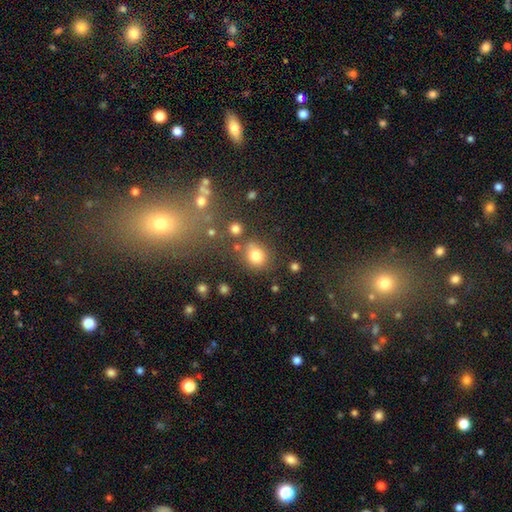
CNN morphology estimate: smooth 79%, star or artifact 13%, featured or disk 8%. Down the decision tree: how rounded — round (71%); merging — none (69%).